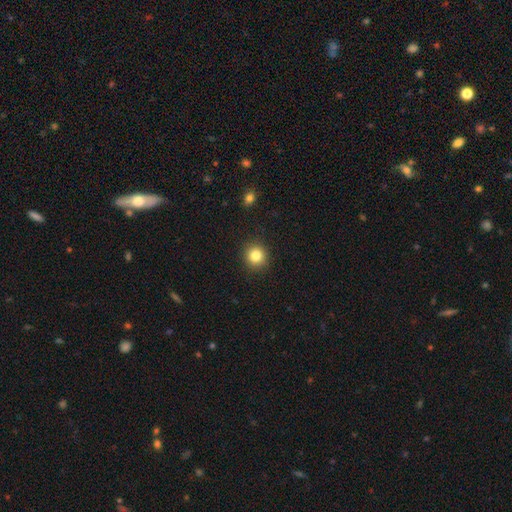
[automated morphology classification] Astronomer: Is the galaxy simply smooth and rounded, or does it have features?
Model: smooth — 83%.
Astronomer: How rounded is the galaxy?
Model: round — 92%.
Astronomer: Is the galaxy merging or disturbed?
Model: none — 91%.